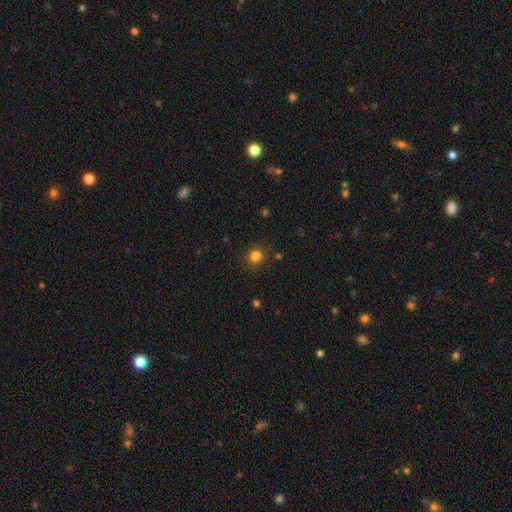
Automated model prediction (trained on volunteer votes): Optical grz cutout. It shows a smooth galaxy with no disk features (79%) that is round (69%). Merging: none (74%).